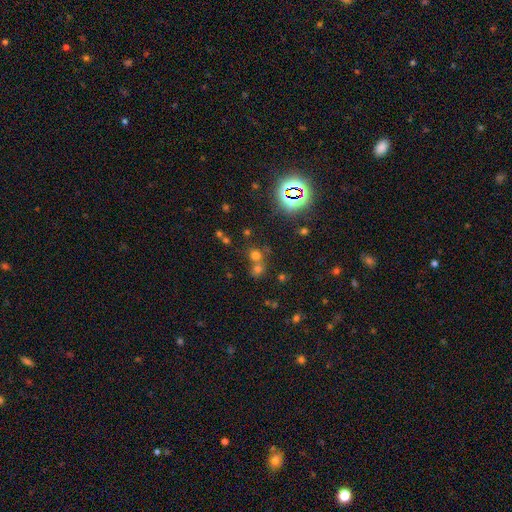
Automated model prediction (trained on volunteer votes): This is possibly a smooth galaxy (57%). How rounded: clearly round (83%). Merging: possibly none (50%).